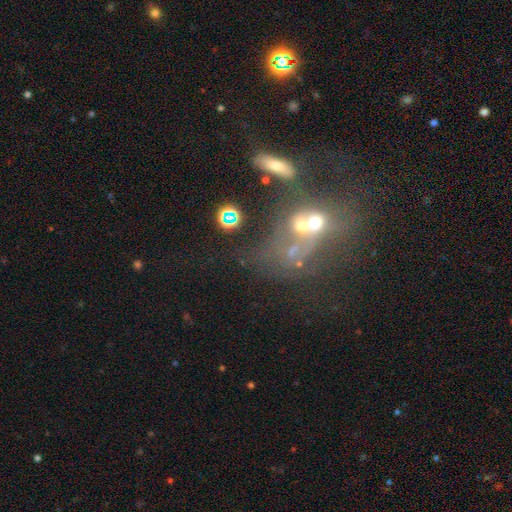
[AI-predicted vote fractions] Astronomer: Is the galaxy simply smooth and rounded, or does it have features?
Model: star or artifact — 34%, tied with featured or disk at 34%.